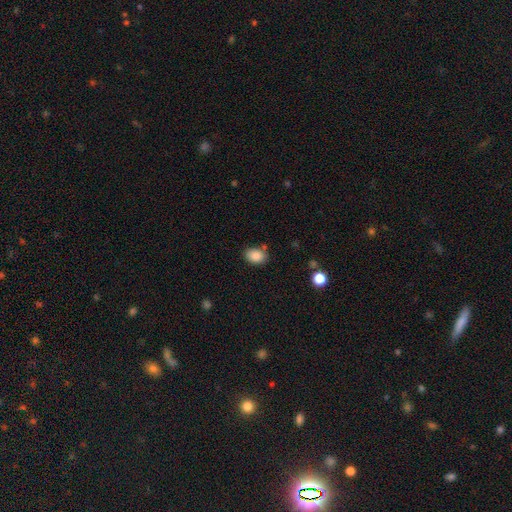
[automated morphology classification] This appears to be a smooth galaxy with no disk features (87%) that is in between round and cigar-shaped (77%). Merging: none (79%).